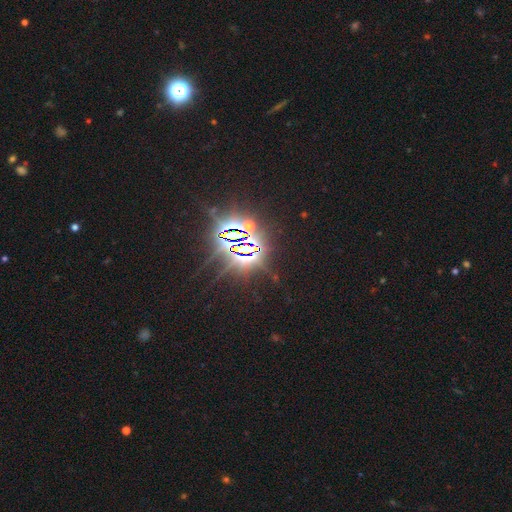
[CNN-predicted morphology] Overall: star or artifact (84%).